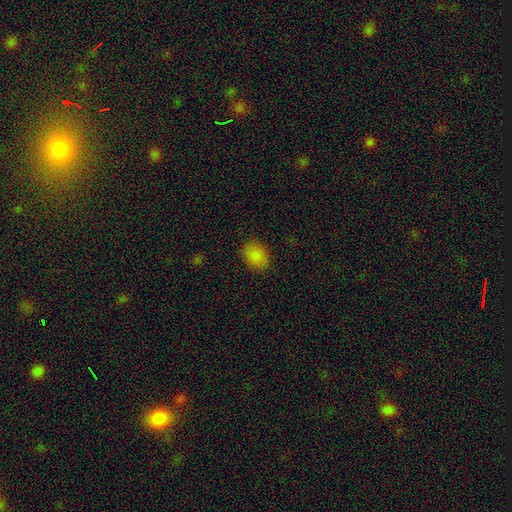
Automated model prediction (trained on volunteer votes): smooth 85%, star or artifact 11%, featured or disk 4%. Down the decision tree: how rounded — in between (63%); merging — none (86%).